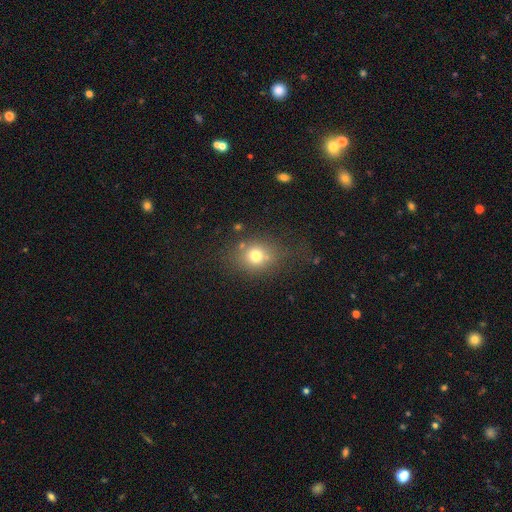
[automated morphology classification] Smooth or featured: smooth — 73% (star or artifact — 15%)
How rounded: round — 65% (in between — 34%)
Merging: none — 66% (minor disturbance — 18%)